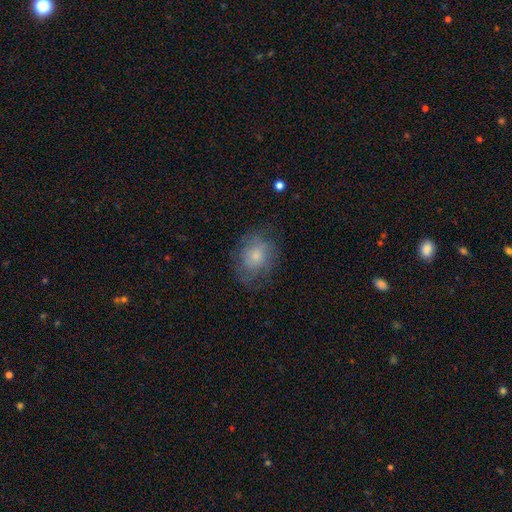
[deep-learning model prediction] Smooth or featured?
  - smooth: 63% *
  - featured or disk: 28%
  - star or artifact: 9%
How rounded?
  - round: 56% *
  - in between: 43%
  - cigar-shaped: 1%
Merging?
  - none: 64% *
  - minor disturbance: 22%
  - major disturbance: 12%
  - merger: 1%